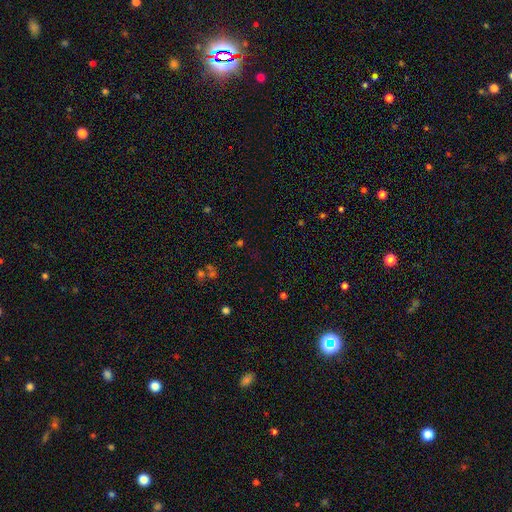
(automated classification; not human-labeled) A star or artifact, not a galaxy (56%).

Vote fractions:
- Smooth or featured? star or artifact: 56% / smooth: 34% / featured or disk: 10%